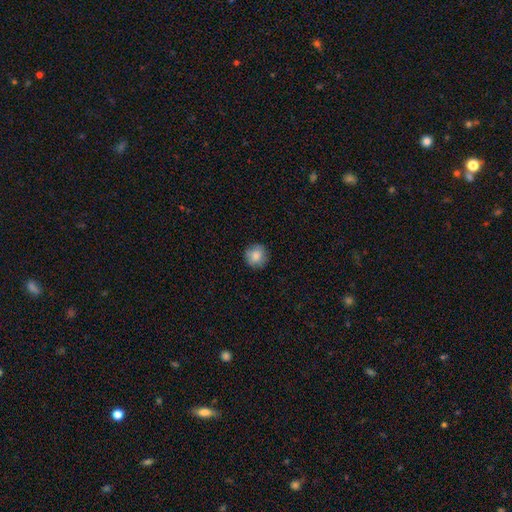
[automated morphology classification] smooth_or_featured: smooth (p=0.82) [alt: featured or disk p=0.09]
how_rounded: round (p=0.90) [alt: in between p=0.09]
merging: none (p=0.83) [alt: minor disturbance p=0.13]